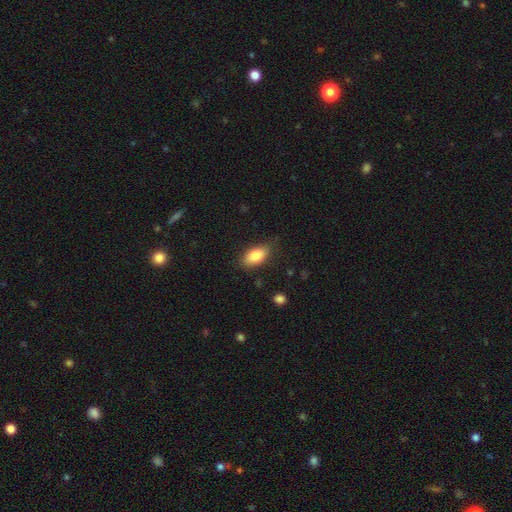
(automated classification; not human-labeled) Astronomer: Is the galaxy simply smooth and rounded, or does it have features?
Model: smooth — 83%.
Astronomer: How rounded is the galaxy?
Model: in between — 89%.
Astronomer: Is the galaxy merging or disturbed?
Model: none — 80%.